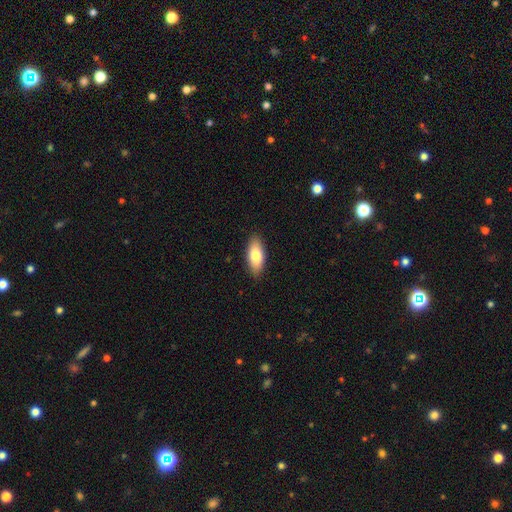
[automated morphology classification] A smooth galaxy with no disk features (80%) that is in between round and cigar-shaped (86%).

Vote fractions:
- Smooth or featured? smooth: 80% / featured or disk: 14% / star or artifact: 6%
- How rounded? in between: 86% / cigar-shaped: 12% / round: 2%
- Merging? none: 88% / minor disturbance: 9% / major disturbance: 2% / merger: 1%